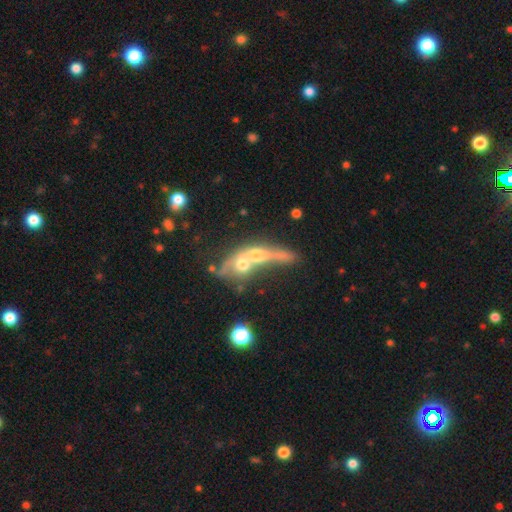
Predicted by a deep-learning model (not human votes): smooth_or_featured: featured or disk (p=0.55) [alt: smooth p=0.33]
disk_edge_on: yes (p=0.52) [alt: no p=0.48]
merging: merger (p=0.63) [alt: none p=0.18]